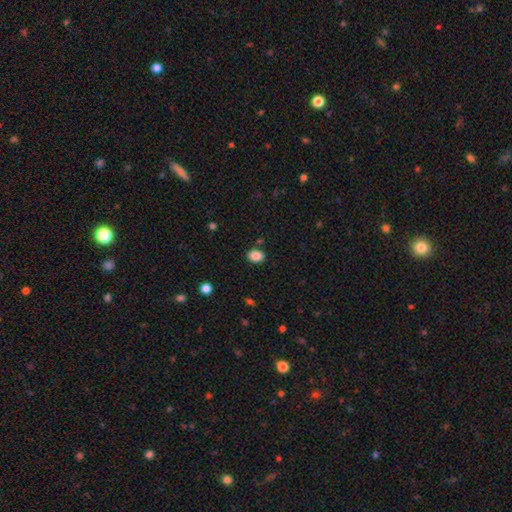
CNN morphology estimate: smooth-or-featured: smooth: 86% | star or artifact: 9% | featured or disk: 4%
  how-rounded: in between: 66% | round: 33% | cigar-shaped: 1%
  merging: none: 83% | minor disturbance: 10% | merger: 4% | major disturbance: 3%